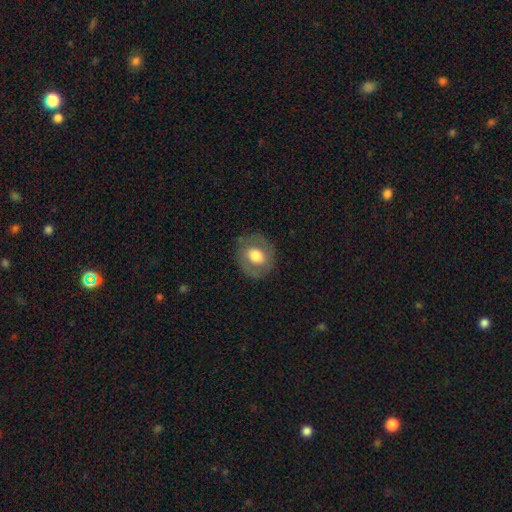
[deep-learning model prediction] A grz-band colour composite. It shows a smooth galaxy with no disk features (55%) that is round (66%). Merging: none (80%).